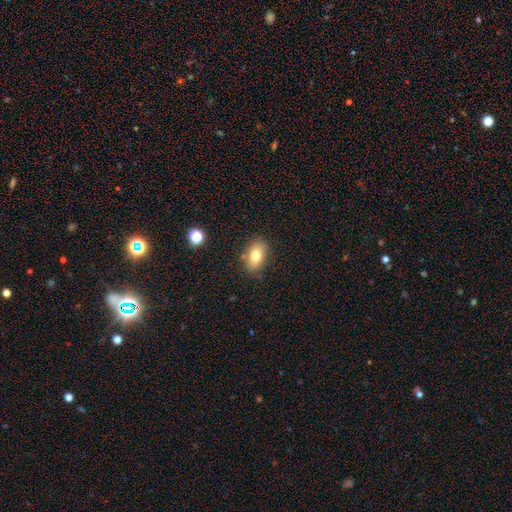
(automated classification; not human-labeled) This is likely a smooth galaxy (76%). How rounded: clearly in between (85%). Merging: clearly none (82%).